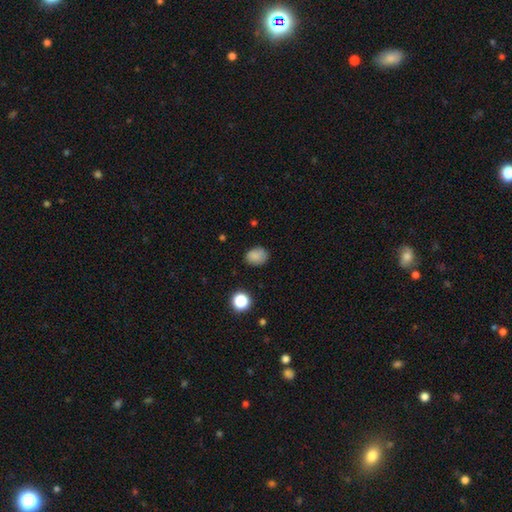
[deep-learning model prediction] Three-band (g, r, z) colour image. It shows a smooth galaxy with no disk features (84%) that is in between round and cigar-shaped (61%). Merging: none (78%).